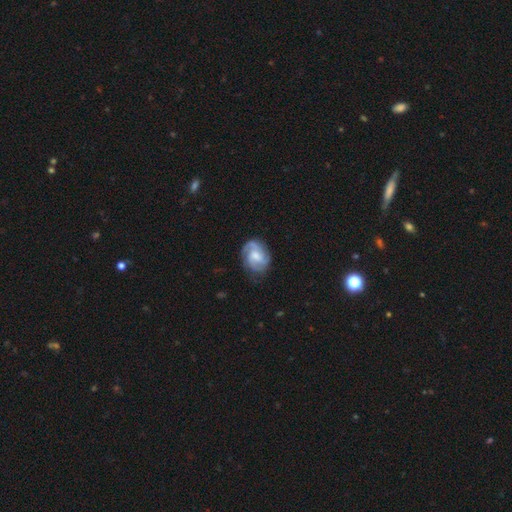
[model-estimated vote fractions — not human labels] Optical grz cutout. It shows a featured or disk galaxy (76%) with no bar (53%), 3 (37%) tight (47%) spiral arms (95%) and a moderate central bulge (47%). Merging: none (71%).